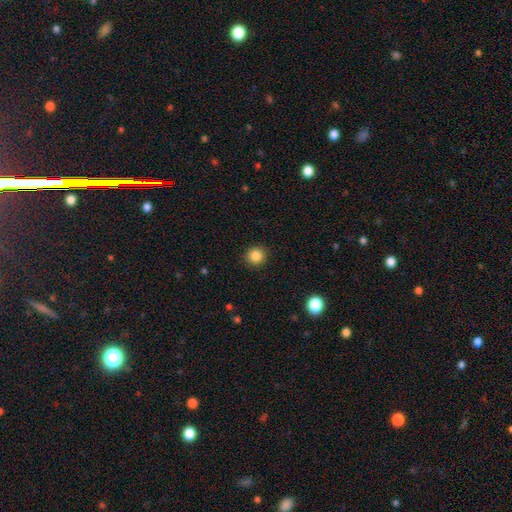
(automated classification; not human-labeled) Q: Smooth or featured?
A: smooth (85%); runner-up: star or artifact (11%)
Q: How rounded?
A: round (91%); runner-up: in between (8%)
Q: Merging?
A: none (91%); runner-up: minor disturbance (6%)